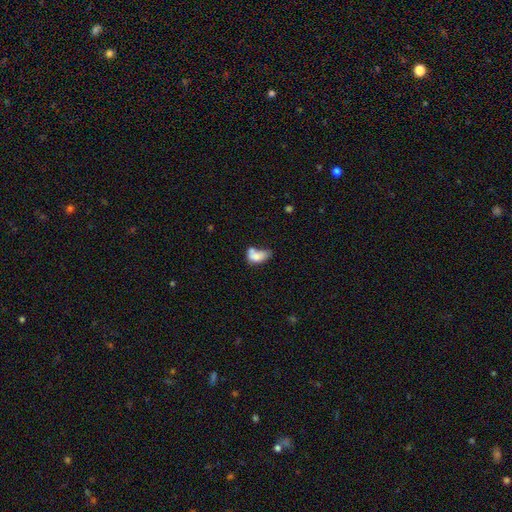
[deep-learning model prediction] Smooth or featured? Predicted: smooth (p=0.72). How rounded? Predicted: in between (p=0.88). Merging? Predicted: merger (p=0.41).